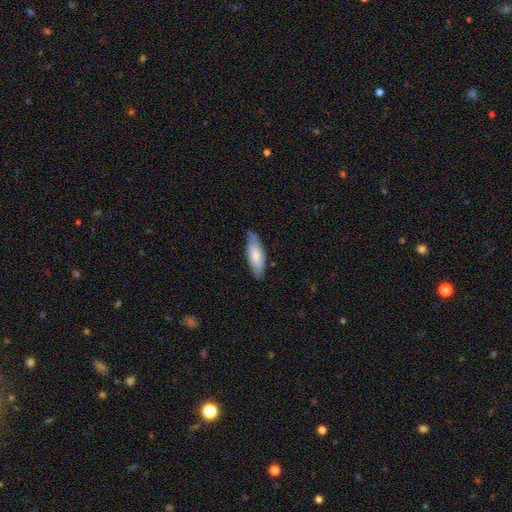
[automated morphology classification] smooth 72%, featured or disk 23%, star or artifact 5%. Down the decision tree: how rounded — in between (65%); merging — none (73%).